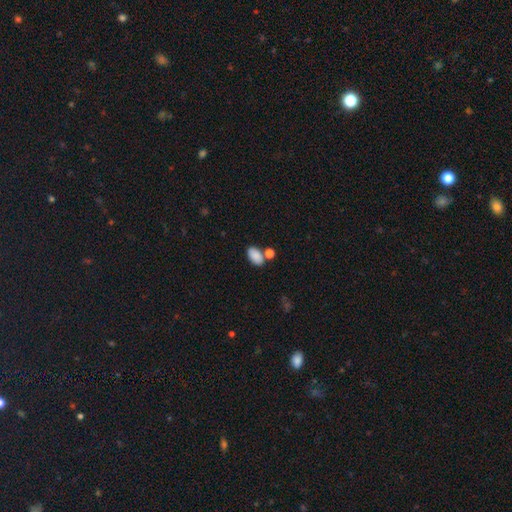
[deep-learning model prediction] A smooth galaxy with no disk features (86%) that is in between round and cigar-shaped (92%).

Vote fractions:
- Smooth or featured? smooth: 86% / star or artifact: 8% / featured or disk: 6%
- How rounded? in between: 92% / round: 6% / cigar-shaped: 2%
- Merging? none: 64% / merger: 20% / minor disturbance: 13% / major disturbance: 4%